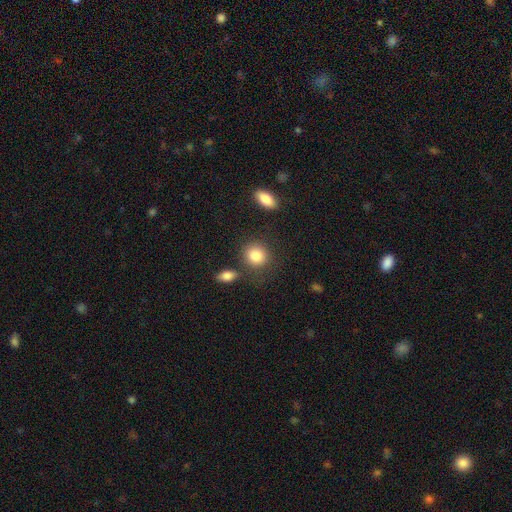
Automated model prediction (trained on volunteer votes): The model was most divided on "how rounded": round: 75%, in between: 24%, cigar-shaped: 1%. More confident: smooth or featured — smooth (85%); merging — none (74%).